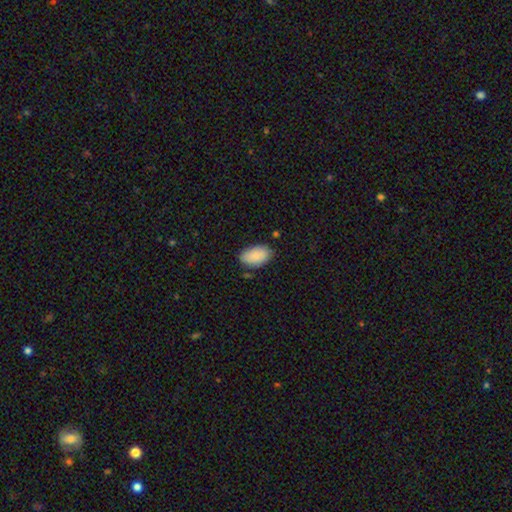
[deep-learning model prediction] Smooth or featured?
  - smooth: 89% *
  - star or artifact: 6%
  - featured or disk: 5%
How rounded?
  - in between: 94% *
  - round: 4%
  - cigar-shaped: 2%
Merging?
  - none: 79% *
  - minor disturbance: 16%
  - major disturbance: 3%
  - merger: 2%